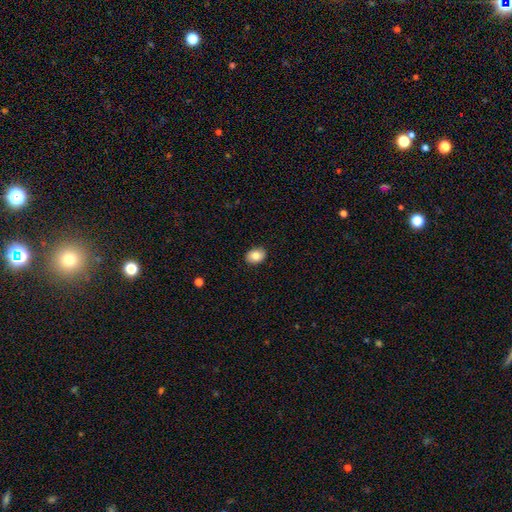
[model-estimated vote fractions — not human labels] Morphology: type=smooth (83%); roundness=in between (69%); merging=none (89%).